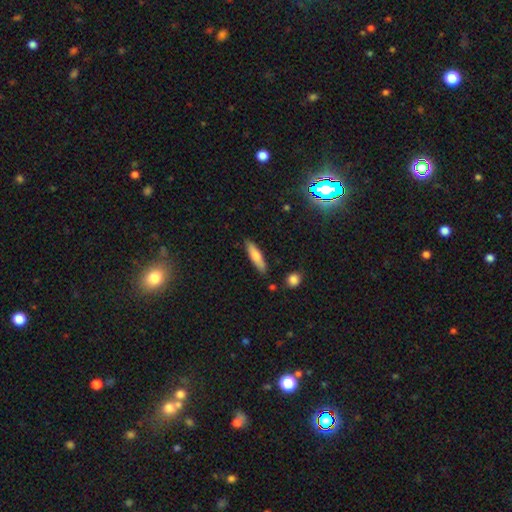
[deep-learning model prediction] smooth-or-featured: smooth: 72% | featured or disk: 21% | star or artifact: 7%
  how-rounded: cigar-shaped: 77% | in between: 21% | round: 2%
  merging: none: 86% | minor disturbance: 10% | merger: 2% | major disturbance: 2%